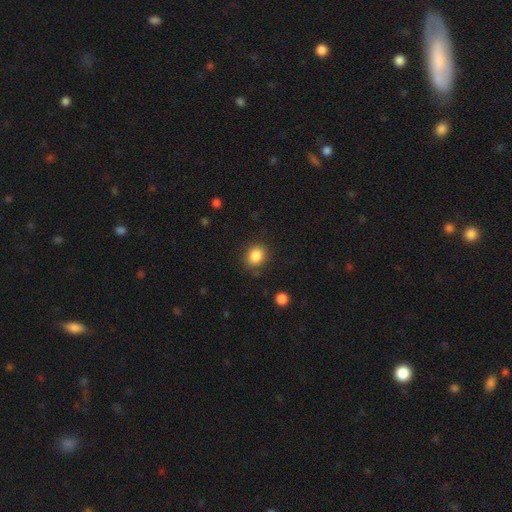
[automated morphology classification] Q: Smooth or featured?
A: smooth (86%); runner-up: star or artifact (10%)
Q: How rounded?
A: round (57%); runner-up: in between (42%)
Q: Merging?
A: none (85%); runner-up: minor disturbance (10%)